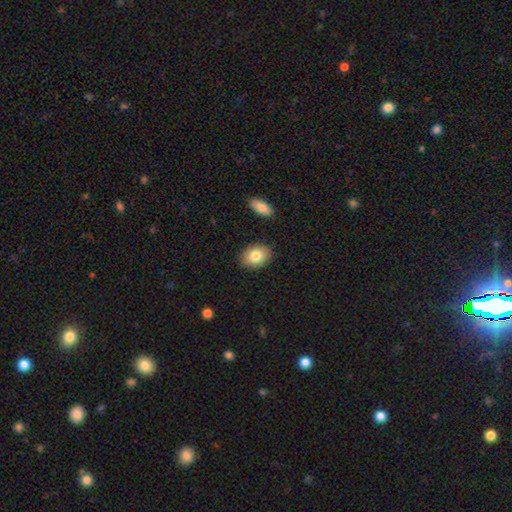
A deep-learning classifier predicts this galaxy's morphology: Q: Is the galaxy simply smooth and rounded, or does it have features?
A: smooth — 82%.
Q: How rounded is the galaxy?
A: in between — 74%.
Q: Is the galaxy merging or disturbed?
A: none — 87%.